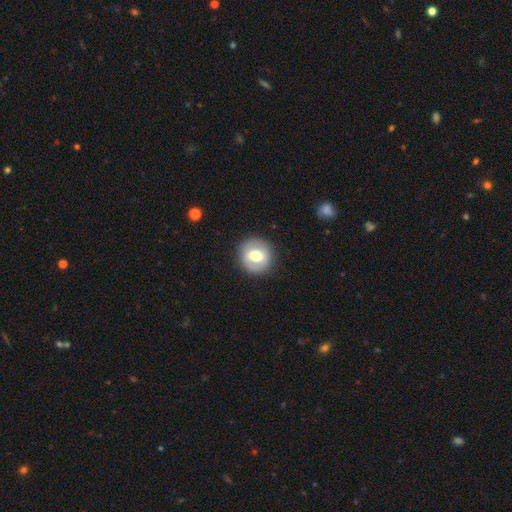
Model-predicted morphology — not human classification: Q: Smooth or featured?
A: smooth (51%); runner-up: featured or disk (42%)
Q: How rounded?
A: round (88%); runner-up: in between (12%)
Q: Merging?
A: none (87%); runner-up: minor disturbance (8%)